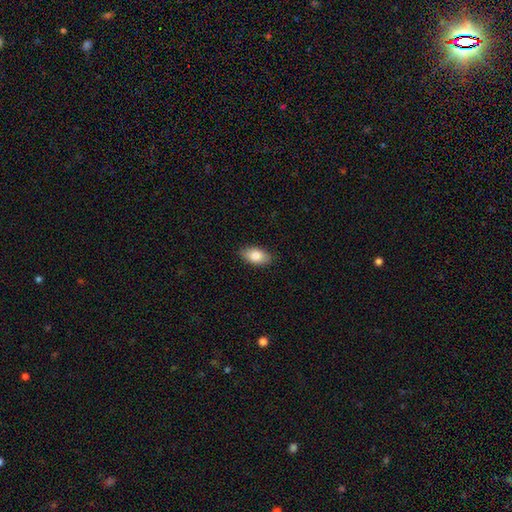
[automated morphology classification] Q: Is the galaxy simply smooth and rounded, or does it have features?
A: smooth — 83%.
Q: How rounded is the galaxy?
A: in between — 92%.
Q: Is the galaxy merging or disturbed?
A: none — 88%.